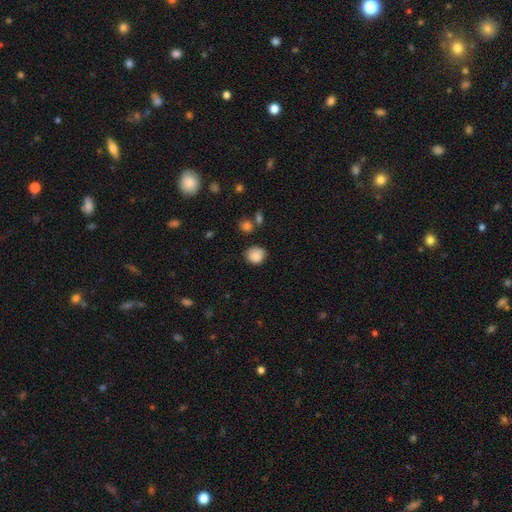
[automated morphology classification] Smooth or featured? Predicted: smooth (p=0.86). How rounded? Predicted: round (p=0.82). Merging? Predicted: none (p=0.75).